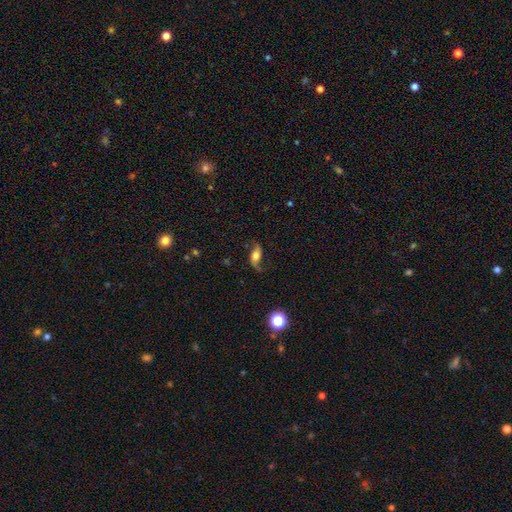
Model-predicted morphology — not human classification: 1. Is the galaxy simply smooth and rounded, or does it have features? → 63% featured or disk, 28% smooth, 10% star or artifact.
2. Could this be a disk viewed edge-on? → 88% no, 12% yes.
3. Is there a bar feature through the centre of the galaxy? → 61% no, 26% weak, 13% strong.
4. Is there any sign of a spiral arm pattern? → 91% yes, 9% no.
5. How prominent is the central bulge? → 38% large, 37% moderate, 11% small, 9% dominant, 5% none.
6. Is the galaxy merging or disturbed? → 68% none, 19% minor disturbance, 11% major disturbance, 2% merger.